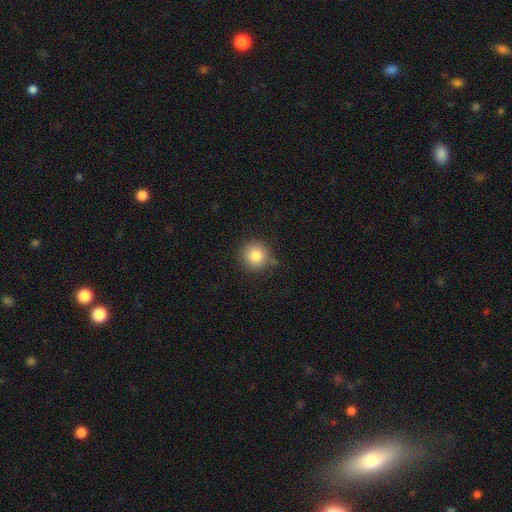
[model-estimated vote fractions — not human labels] Overall: smooth (84%). How rounded: round (93%). Merging: none (77%).